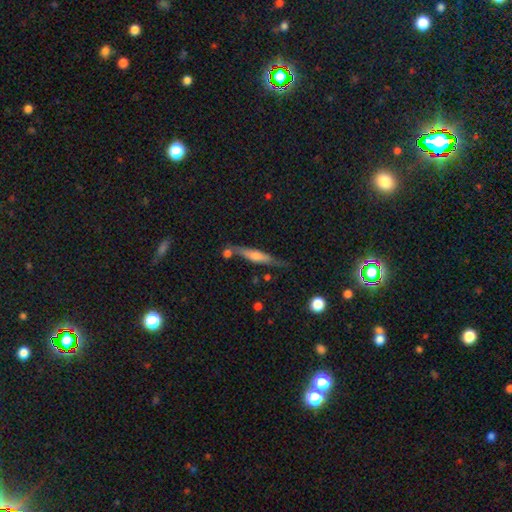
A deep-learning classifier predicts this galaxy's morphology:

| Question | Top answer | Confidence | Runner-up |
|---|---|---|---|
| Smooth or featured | featured or disk | 53% | smooth (40%) |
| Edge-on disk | yes | 89% | no (11%) |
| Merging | none | 64% | minor disturbance (19%) |